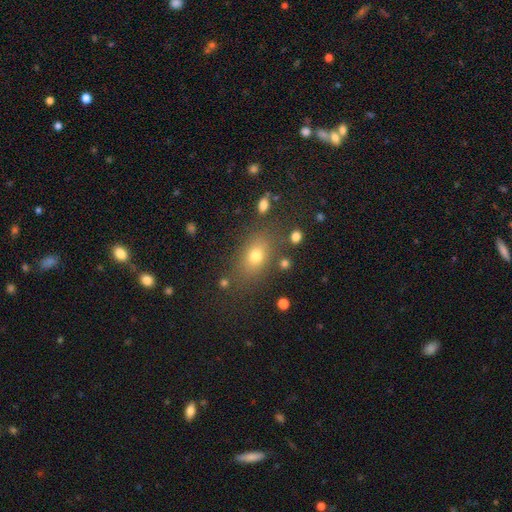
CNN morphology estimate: type=smooth (73%); roundness=in between (73%); merging=none (76%).